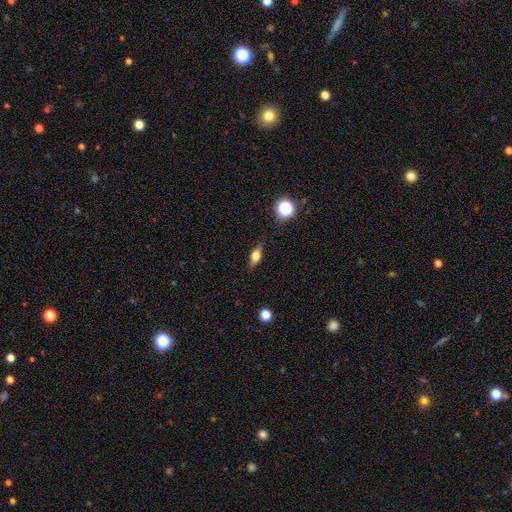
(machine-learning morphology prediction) smooth_or_featured: smooth (p=0.65) [alt: featured or disk p=0.24]
how_rounded: in between (p=0.69) [alt: cigar-shaped p=0.21]
merging: none (p=0.85) [alt: minor disturbance p=0.11]